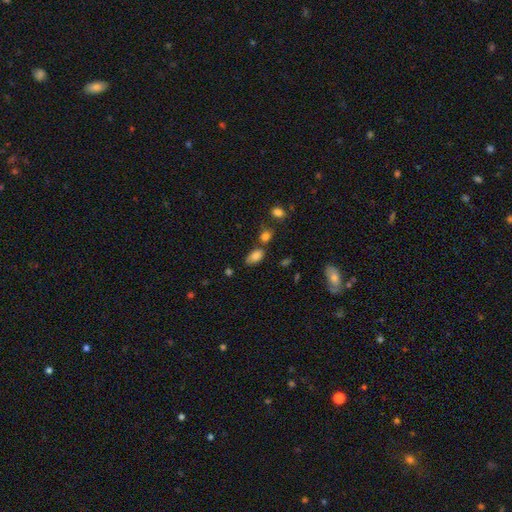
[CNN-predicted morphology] The model was most divided on "merging": none: 60%, minor disturbance: 22%, merger: 13%, major disturbance: 6%. More confident: how rounded — in between (90%); smooth or featured — smooth (82%).